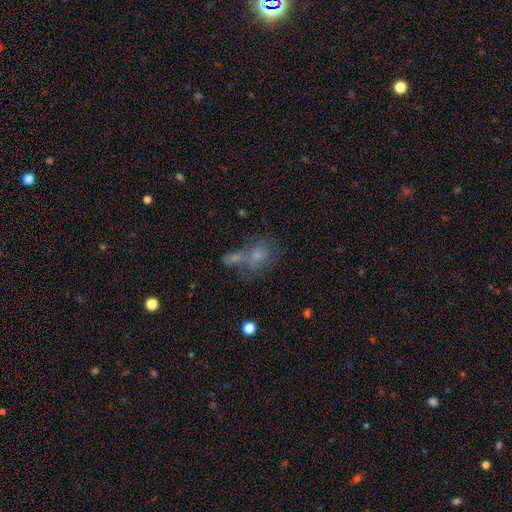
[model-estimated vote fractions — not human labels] A smooth galaxy with no disk features (50%) that is in between round and cigar-shaped (61%). Merging: merger (40%).